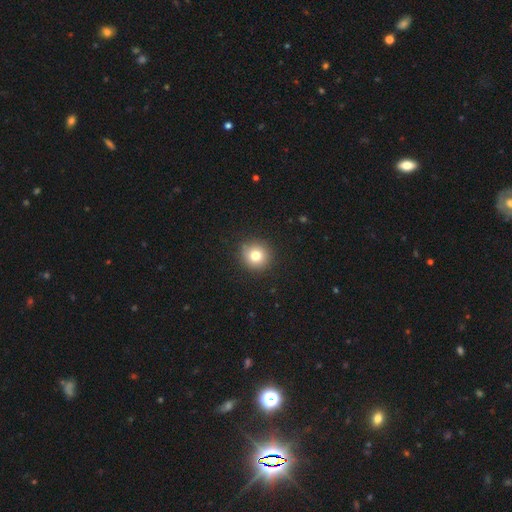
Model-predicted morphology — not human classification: smooth_or_featured: smooth (p=0.78) [alt: star or artifact p=0.12]
how_rounded: round (p=0.93) [alt: in between p=0.06]
merging: none (p=0.90) [alt: minor disturbance p=0.07]